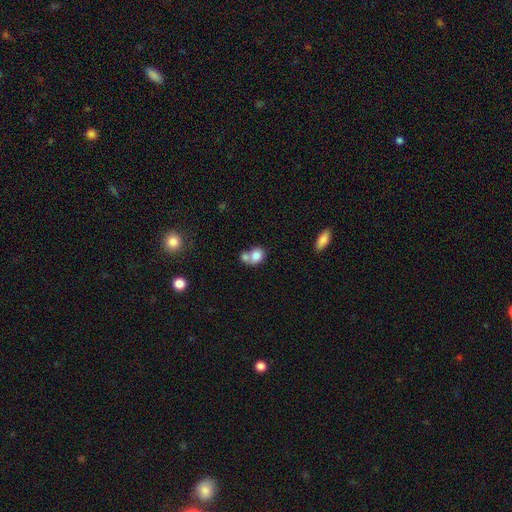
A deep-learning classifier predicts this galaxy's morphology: Smooth or featured? Predicted: smooth (p=0.79). How rounded? Predicted: in between (p=0.50). Merging? Predicted: merger (p=0.59).